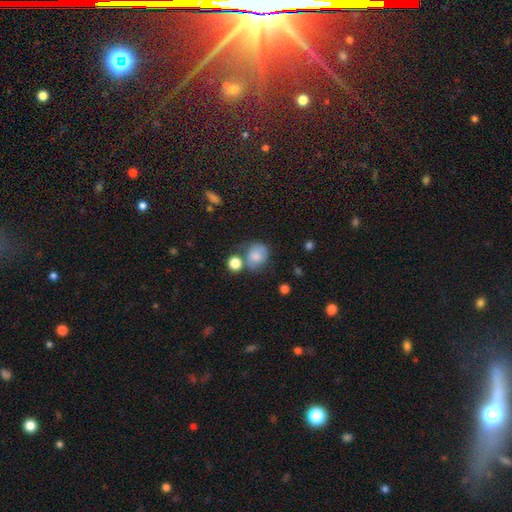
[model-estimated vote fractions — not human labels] smooth 73%, featured or disk 17%, star or artifact 10%. Down the decision tree: how rounded — round (65%); merging — none (47%).